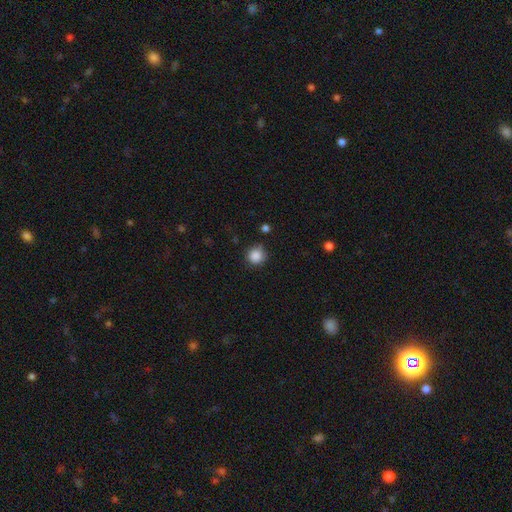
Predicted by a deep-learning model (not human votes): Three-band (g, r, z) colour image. It shows a smooth galaxy with no disk features (87%) that is round (93%). Merging: none (80%).